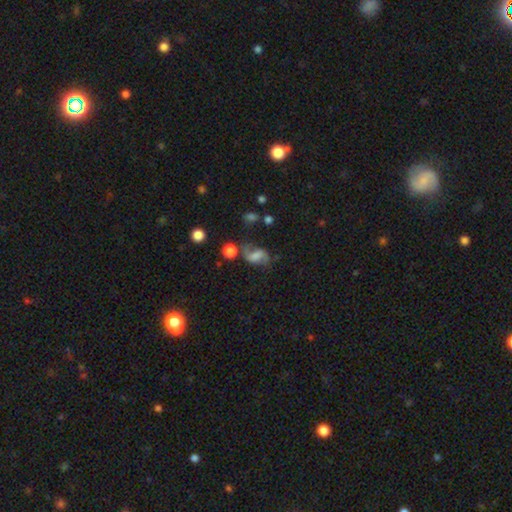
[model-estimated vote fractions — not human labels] Smooth or featured? featured or disk (52%)
Edge-on disk? no (96%)
Bar? weak (43%)
Spiral arms? yes (86%)
Bulge size? none (36%)
Merging? none (53%)